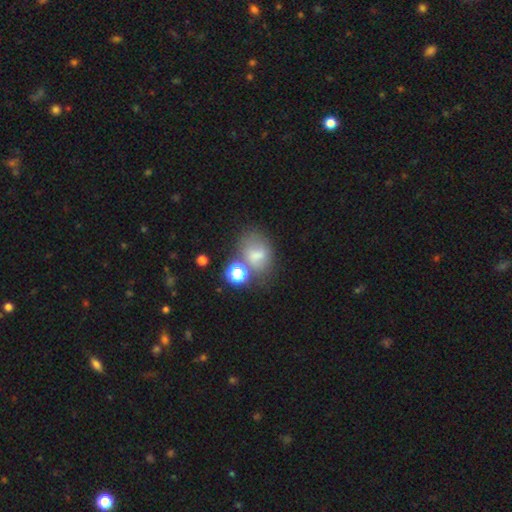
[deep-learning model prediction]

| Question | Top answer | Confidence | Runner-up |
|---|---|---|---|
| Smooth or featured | smooth | 62% | featured or disk (21%) |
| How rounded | in between | 59% | round (40%) |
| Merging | none | 43% | minor disturbance (21%) |